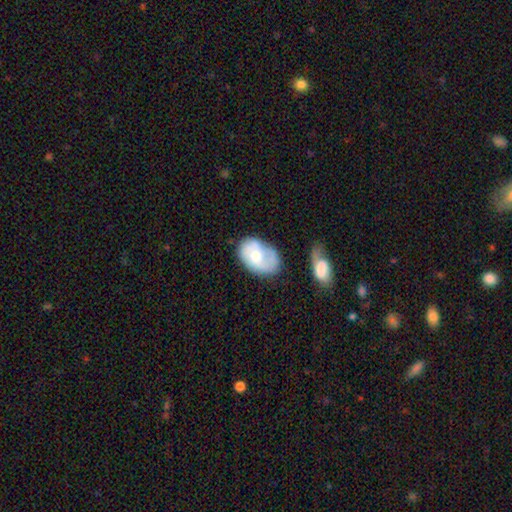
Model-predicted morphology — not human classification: type=featured or disk (51%); edge-on=no (95%); merging=none (56%).